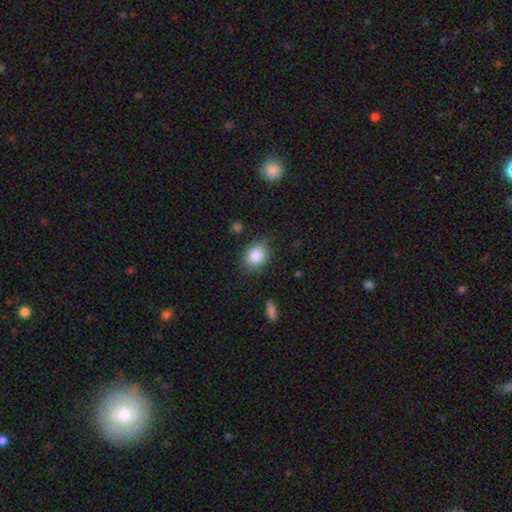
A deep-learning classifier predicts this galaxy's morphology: This is clearly a smooth galaxy (85%). How rounded: possibly round (53%). Merging: clearly none (81%).